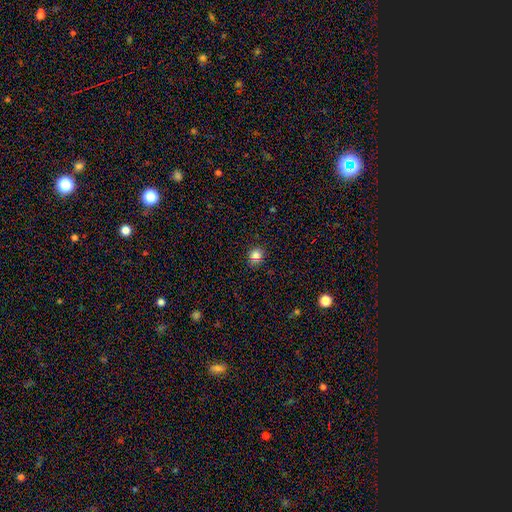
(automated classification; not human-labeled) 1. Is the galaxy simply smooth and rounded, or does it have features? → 76% smooth, 18% star or artifact, 6% featured or disk.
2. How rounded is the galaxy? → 76% round, 23% in between, 1% cigar-shaped.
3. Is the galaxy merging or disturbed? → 84% none, 11% minor disturbance, 3% major disturbance, 2% merger.